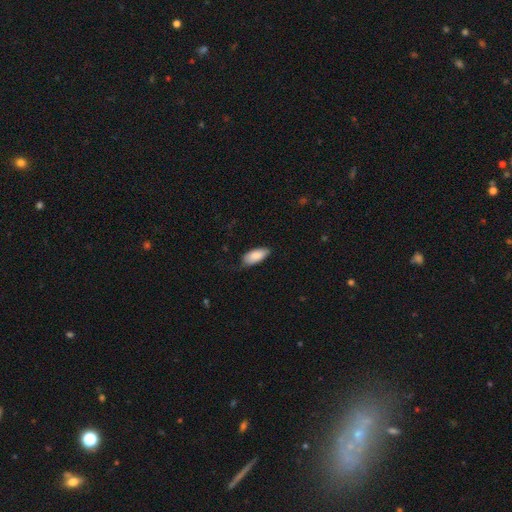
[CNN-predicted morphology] smooth-or-featured: smooth: 87% | featured or disk: 7% | star or artifact: 6%
  how-rounded: in between: 89% | cigar-shaped: 9% | round: 2%
  merging: none: 66% | minor disturbance: 27% | major disturbance: 6% | merger: 1%